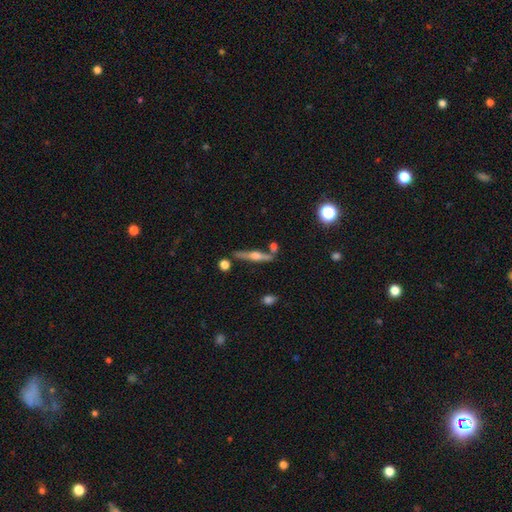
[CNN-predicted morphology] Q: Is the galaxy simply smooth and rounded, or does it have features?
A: featured or disk — 74%.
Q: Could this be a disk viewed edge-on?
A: yes — 97%.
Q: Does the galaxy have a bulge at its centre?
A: rounded — 91%.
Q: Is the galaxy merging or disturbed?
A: none — 77%.